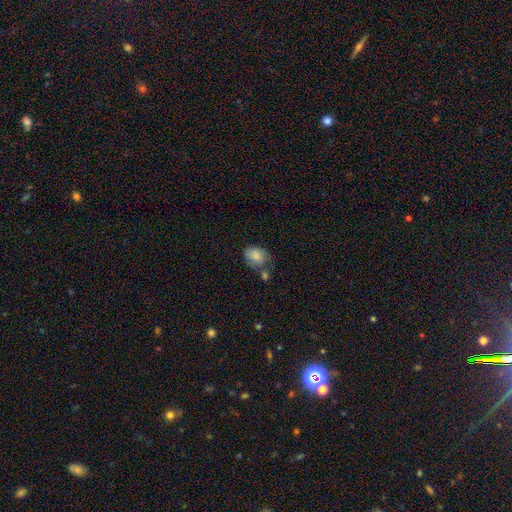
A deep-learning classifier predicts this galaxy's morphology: smooth_or_featured: smooth (p=0.81) [alt: featured or disk p=0.11]
how_rounded: in between (p=0.62) [alt: round p=0.37]
merging: none (p=0.43) [alt: minor disturbance p=0.27]